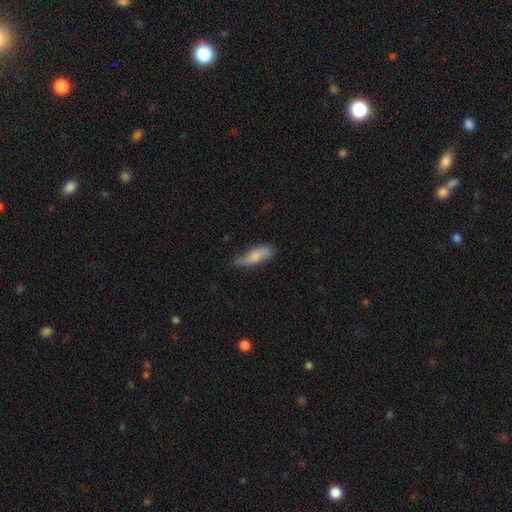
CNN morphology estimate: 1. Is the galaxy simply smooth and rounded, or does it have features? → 67% smooth, 26% featured or disk, 7% star or artifact.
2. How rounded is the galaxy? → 59% in between, 39% cigar-shaped, 2% round.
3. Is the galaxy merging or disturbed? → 60% none, 31% minor disturbance, 7% major disturbance, 2% merger.